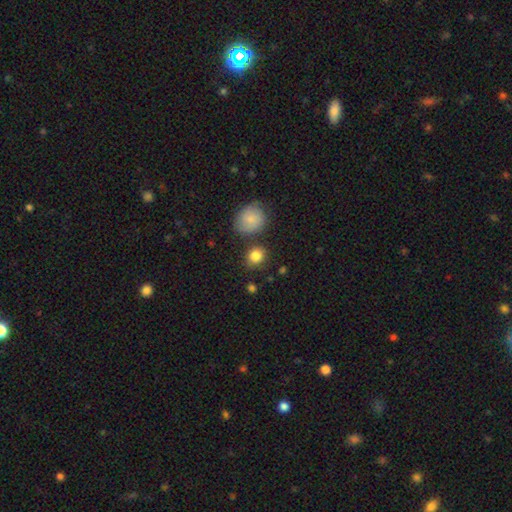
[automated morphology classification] Q: Smooth or featured?
A: smooth (84%); runner-up: star or artifact (9%)
Q: How rounded?
A: round (68%); runner-up: in between (30%)
Q: Merging?
A: none (78%); runner-up: minor disturbance (12%)